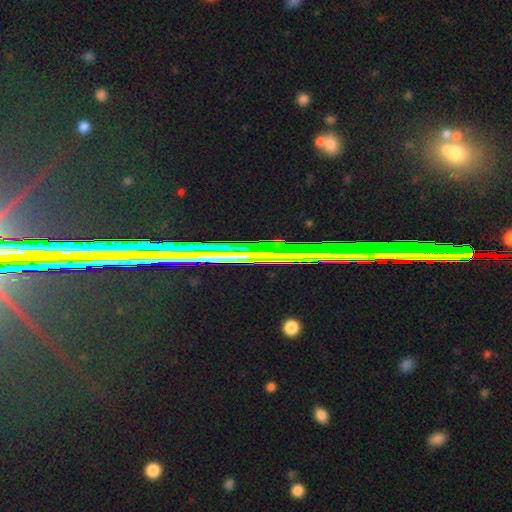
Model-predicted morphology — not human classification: Overall: star or artifact (79%).